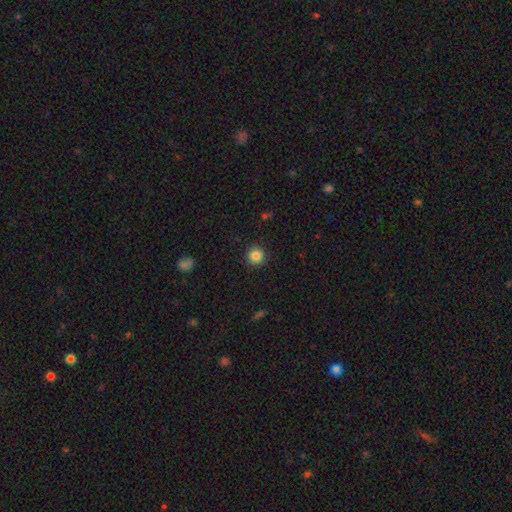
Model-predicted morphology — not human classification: Smooth or featured: smooth — 84% (star or artifact — 11%)
How rounded: round — 95% (in between — 4%)
Merging: none — 92% (minor disturbance — 5%)